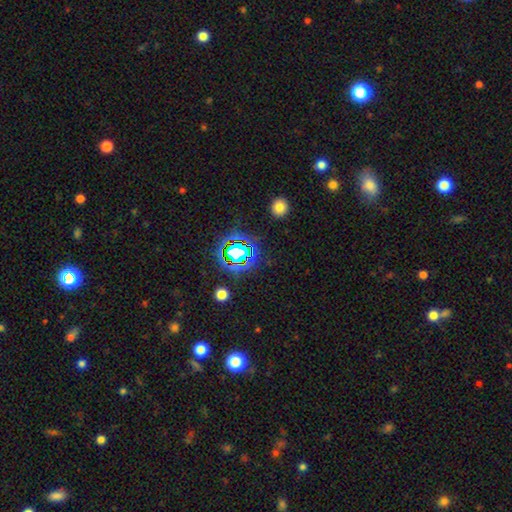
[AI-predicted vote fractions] The model was most divided on "smooth or featured": star or artifact: 71%, smooth: 20%, featured or disk: 9%.